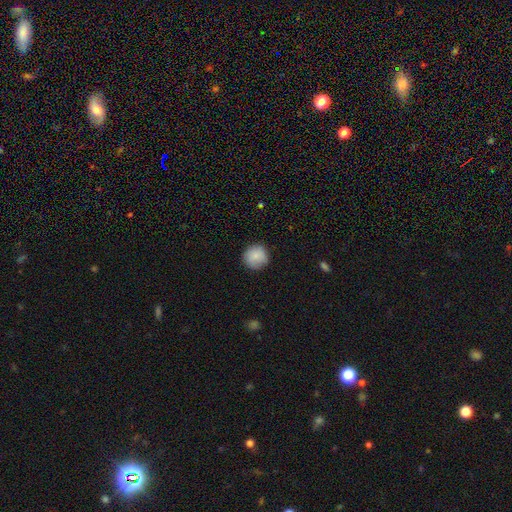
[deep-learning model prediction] A smooth galaxy with no disk features (86%) that is round (93%).

Vote fractions:
- Smooth or featured? smooth: 86% / star or artifact: 7% / featured or disk: 7%
- How rounded? round: 93% / in between: 6% / cigar-shaped: 1%
- Merging? none: 85% / minor disturbance: 11% / major disturbance: 3% / merger: 1%